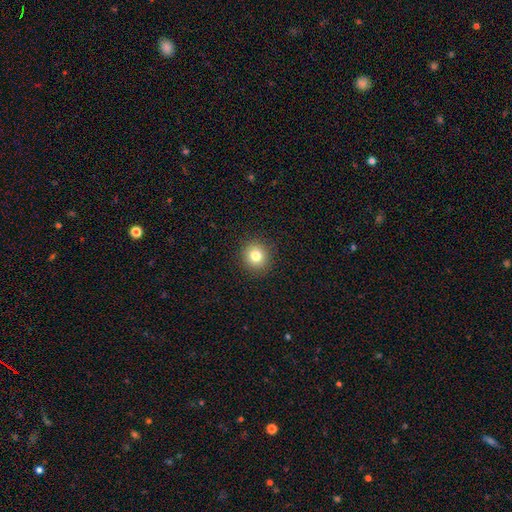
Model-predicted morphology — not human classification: Q: Smooth or featured?
A: smooth (80%); runner-up: star or artifact (12%)
Q: How rounded?
A: round (89%); runner-up: in between (10%)
Q: Merging?
A: none (91%); runner-up: minor disturbance (6%)